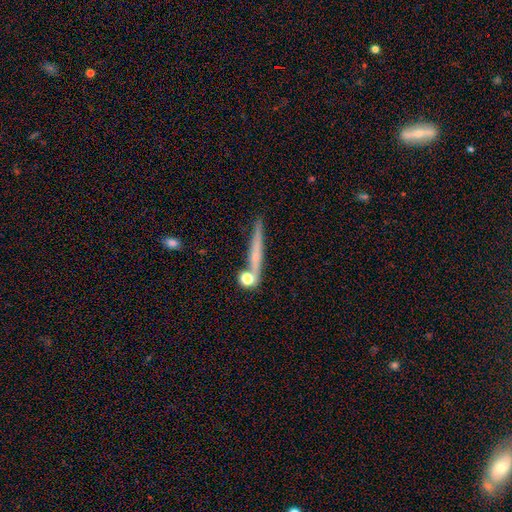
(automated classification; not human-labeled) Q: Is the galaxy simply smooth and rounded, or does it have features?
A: smooth — 49%.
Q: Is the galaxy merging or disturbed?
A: none — 74%.